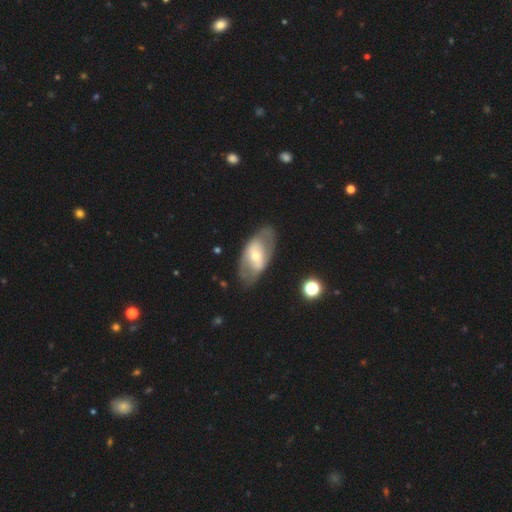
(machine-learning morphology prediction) smooth-or-featured: featured or disk: 62% | smooth: 32% | star or artifact: 6%
  disk-edge-on: no: 90% | yes: 10%
    bar: no: 35% | weak: 34% | strong: 31%
    has-spiral-arms: no: 61% | yes: 39%
    bulge-size: moderate: 49% | small: 43% | large: 6% | none: 1% | dominant: 1%
  merging: none: 74% | minor disturbance: 16% | major disturbance: 8% | merger: 2%